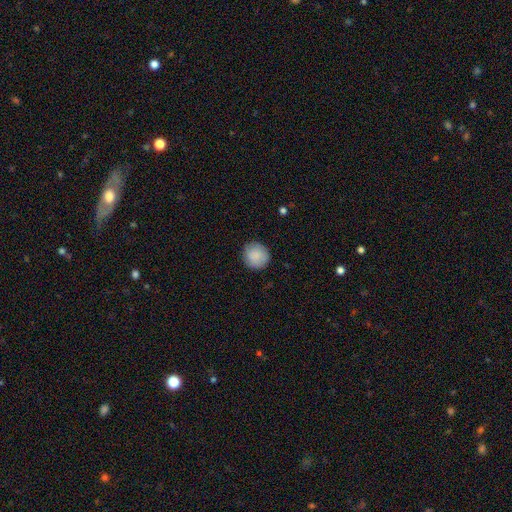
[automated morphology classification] A smooth galaxy with no disk features (87%) that is round (93%).

Vote fractions:
- Smooth or featured? smooth: 87% / star or artifact: 7% / featured or disk: 6%
- How rounded? round: 93% / in between: 6% / cigar-shaped: 1%
- Merging? none: 86% / minor disturbance: 10% / major disturbance: 2% / merger: 1%